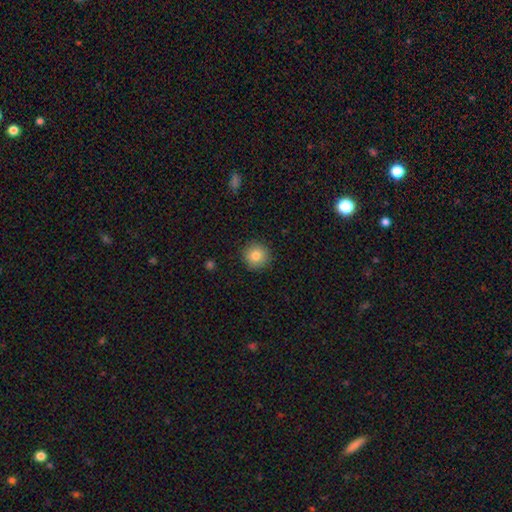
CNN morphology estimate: A smooth galaxy with no disk features (81%) that is round (94%).

Vote fractions:
- Smooth or featured? smooth: 81% / star or artifact: 10% / featured or disk: 9%
- How rounded? round: 94% / in between: 5% / cigar-shaped: 1%
- Merging? none: 90% / minor disturbance: 7% / major disturbance: 2% / merger: 1%